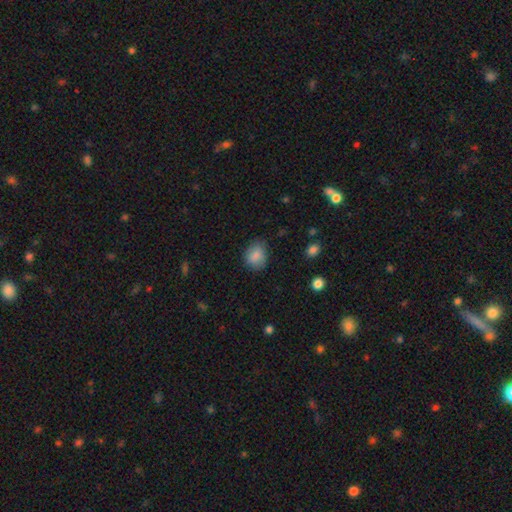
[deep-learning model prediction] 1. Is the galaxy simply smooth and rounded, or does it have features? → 86% smooth, 8% star or artifact, 6% featured or disk.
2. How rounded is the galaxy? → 51% in between, 48% round, 1% cigar-shaped.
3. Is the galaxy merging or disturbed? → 75% none, 19% minor disturbance, 4% major disturbance, 1% merger.